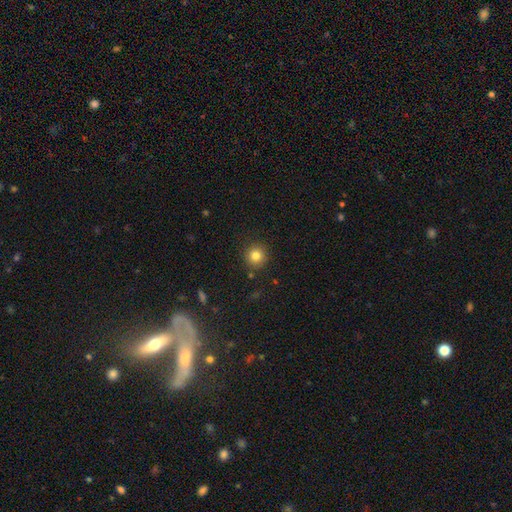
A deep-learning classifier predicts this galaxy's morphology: Q: Smooth or featured?
A: smooth (82%); runner-up: star or artifact (12%)
Q: How rounded?
A: round (94%); runner-up: in between (5%)
Q: Merging?
A: none (89%); runner-up: minor disturbance (7%)